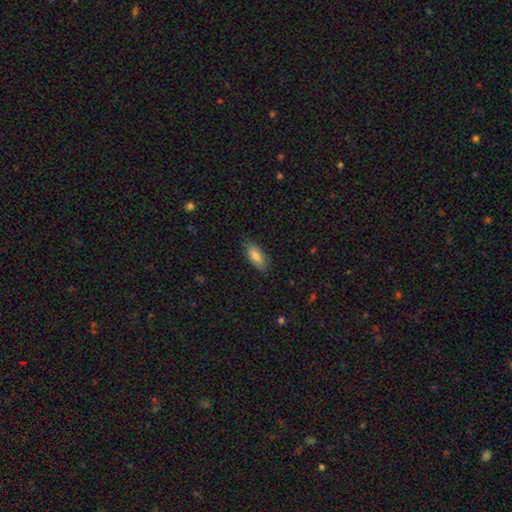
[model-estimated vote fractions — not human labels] The model was most divided on "smooth or featured": smooth: 80%, featured or disk: 14%, star or artifact: 6%. More confident: how rounded — in between (86%); merging — none (81%).